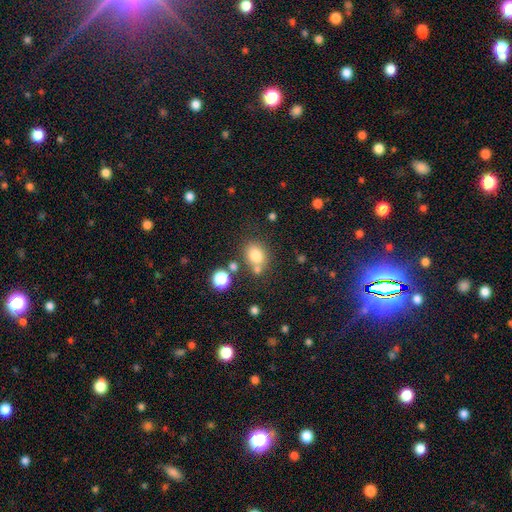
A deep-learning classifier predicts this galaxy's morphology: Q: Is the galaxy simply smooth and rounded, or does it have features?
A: smooth — 77%.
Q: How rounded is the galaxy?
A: round — 65%.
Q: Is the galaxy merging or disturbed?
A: none — 66%.